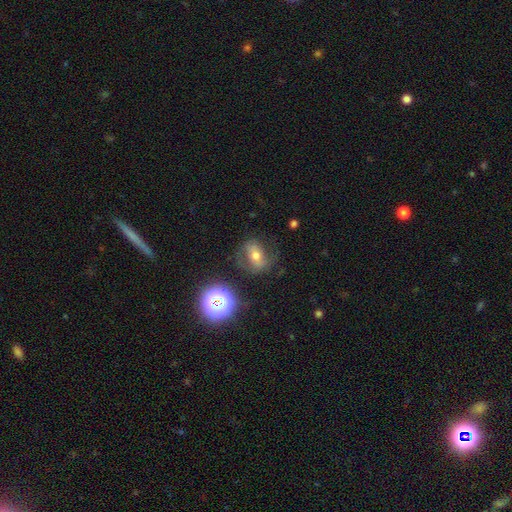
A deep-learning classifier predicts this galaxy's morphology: smooth_or_featured: smooth (p=0.42) [alt: featured or disk p=0.41]
merging: none (p=0.63) [alt: minor disturbance p=0.21]